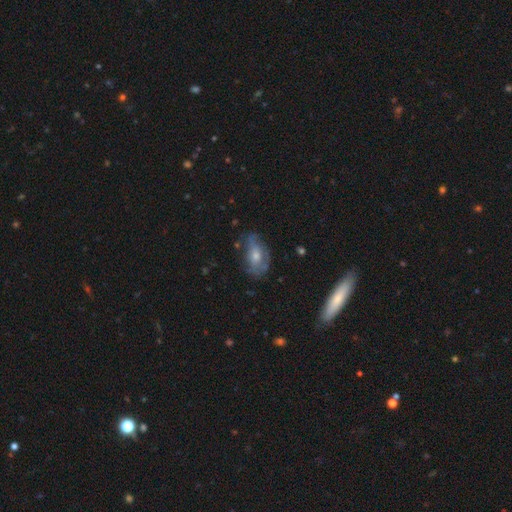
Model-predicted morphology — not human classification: Smooth or featured?
  - featured or disk: 48% *
  - smooth: 44%
  - star or artifact: 9%
Merging?
  - none: 52% *
  - minor disturbance: 29%
  - major disturbance: 17%
  - merger: 3%